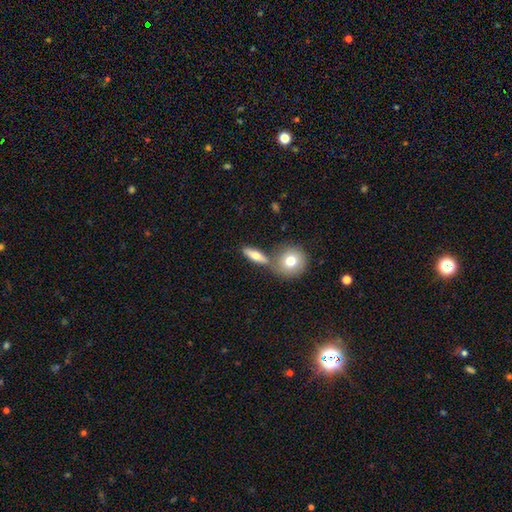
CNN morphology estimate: A smooth galaxy with no disk features (67%) that is in between round and cigar-shaped (49%). Merging: none (61%).